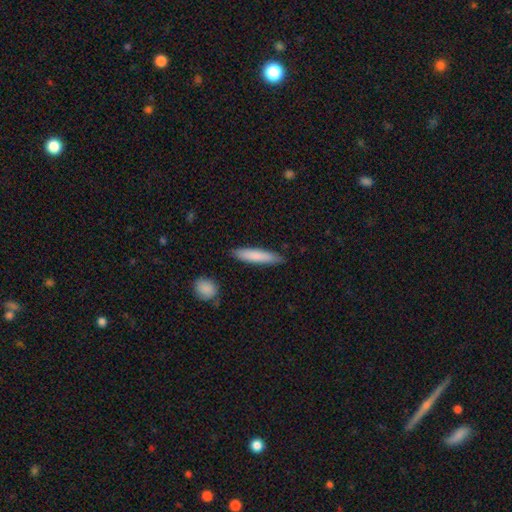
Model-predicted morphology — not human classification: Overall: smooth (82%). How rounded: cigar-shaped (84%). Merging: none (86%).